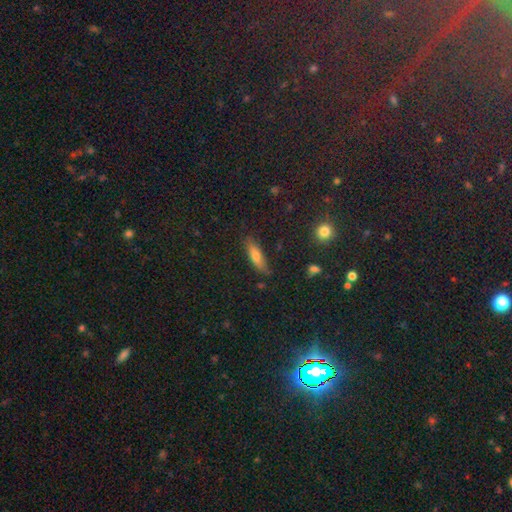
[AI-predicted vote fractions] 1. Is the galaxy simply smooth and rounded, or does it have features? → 65% smooth, 25% featured or disk, 10% star or artifact.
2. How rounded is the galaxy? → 59% cigar-shaped, 38% in between, 3% round.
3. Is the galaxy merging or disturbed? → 79% none, 15% minor disturbance, 4% major disturbance, 2% merger.